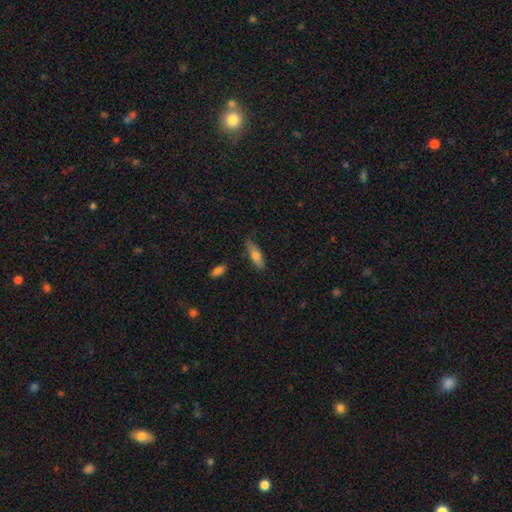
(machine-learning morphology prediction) smooth_or_featured: smooth (p=0.72) [alt: featured or disk p=0.21]
how_rounded: in between (p=0.49) [tied with: cigar-shaped p=0.49]
merging: none (p=0.74) [alt: minor disturbance p=0.19]